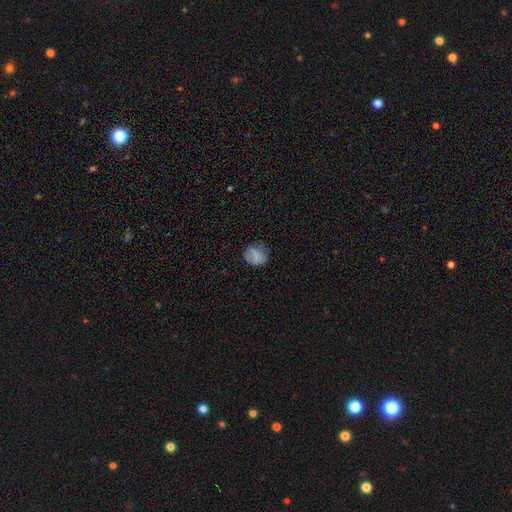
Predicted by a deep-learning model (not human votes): This appears to be a smooth galaxy with no disk features (70%) that is round (69%). Merging: none (64%).